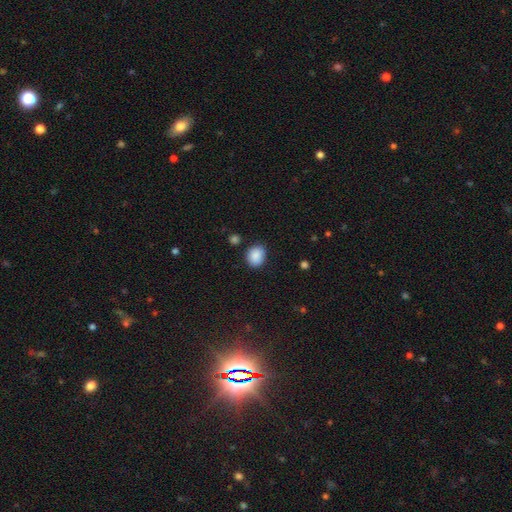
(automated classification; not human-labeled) This appears to be a smooth galaxy with no disk features (88%) that is round (62%). Merging: none (80%).